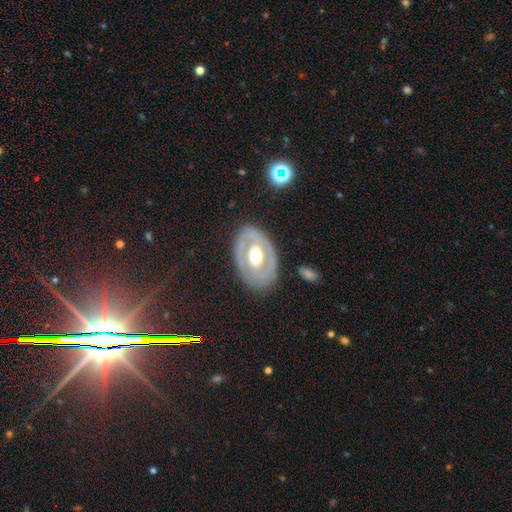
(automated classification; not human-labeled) Smooth or featured? featured or disk (66%)
Edge-on disk? no (92%)
Bar? no (71%)
Spiral arms? no (79%)
Bulge size? moderate (65%)
Merging? none (80%)